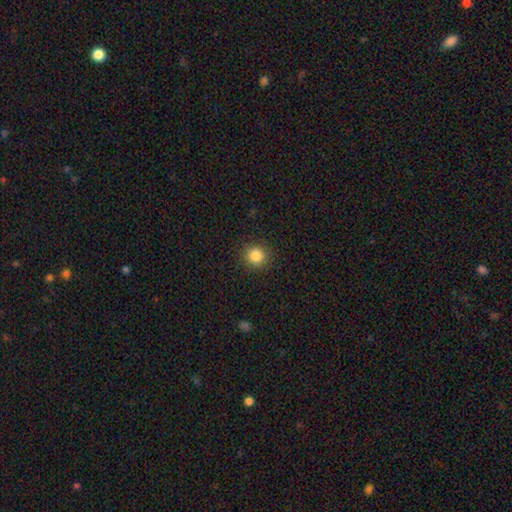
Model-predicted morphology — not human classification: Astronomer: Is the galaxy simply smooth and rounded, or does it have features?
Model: smooth — 85%.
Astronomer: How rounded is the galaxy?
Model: round — 93%.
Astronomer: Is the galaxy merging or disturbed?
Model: none — 91%.